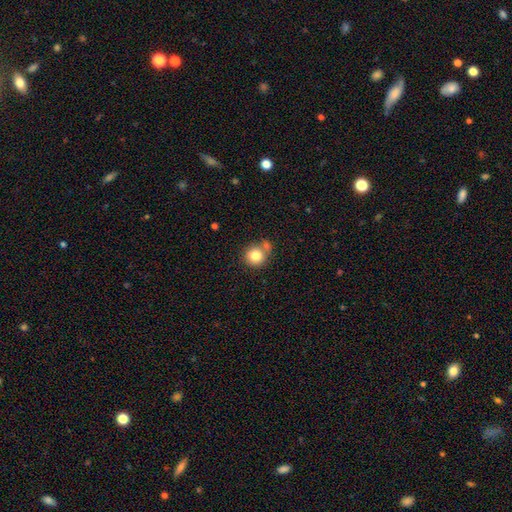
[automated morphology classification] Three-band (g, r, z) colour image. It shows a smooth galaxy with no disk features (81%) that is round (89%). Merging: none (58%).